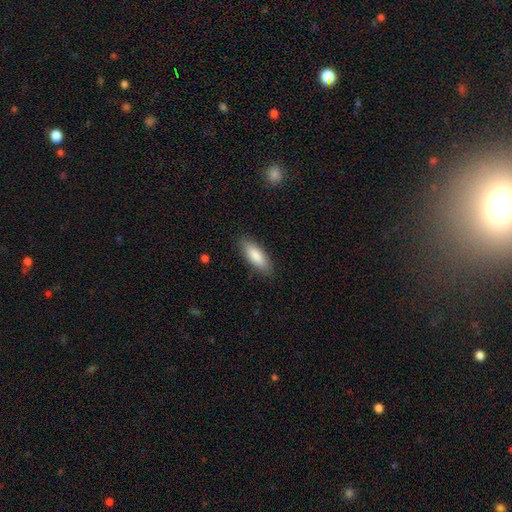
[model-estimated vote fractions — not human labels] smooth_or_featured: smooth (p=0.86) [alt: featured or disk p=0.08]
how_rounded: in between (p=0.66) [alt: cigar-shaped p=0.32]
merging: none (p=0.87) [alt: minor disturbance p=0.10]